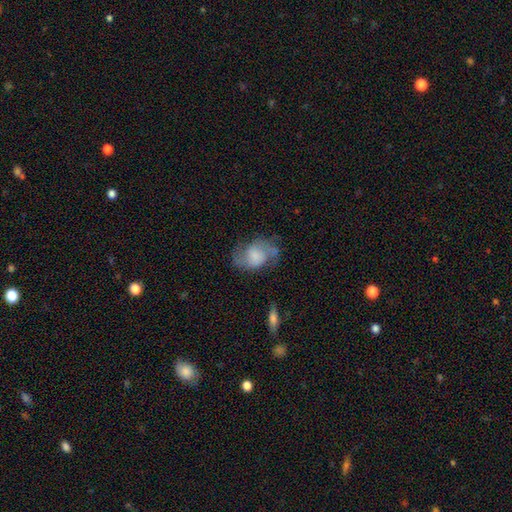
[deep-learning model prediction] Smooth or featured? featured or disk (67%)
Edge-on disk? no (97%)
Bar? no (58%)
Spiral arms? yes (90%)
Spiral winding? medium (48%)
Spiral arm count? 2 (86%)
Bulge size? small (26%)
Merging? none (62%)